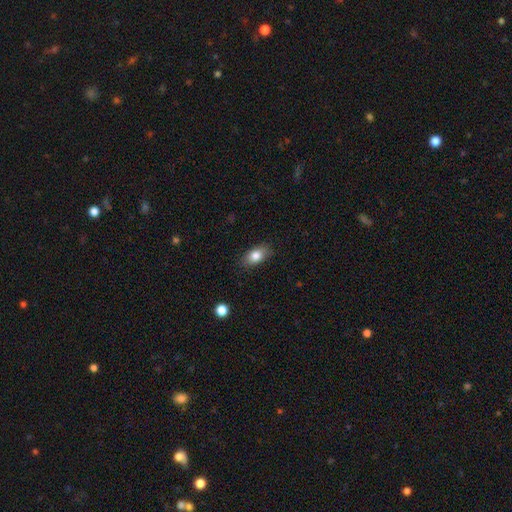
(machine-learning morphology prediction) This is clearly a smooth galaxy (82%). How rounded: clearly in between (88%). Merging: clearly none (85%).